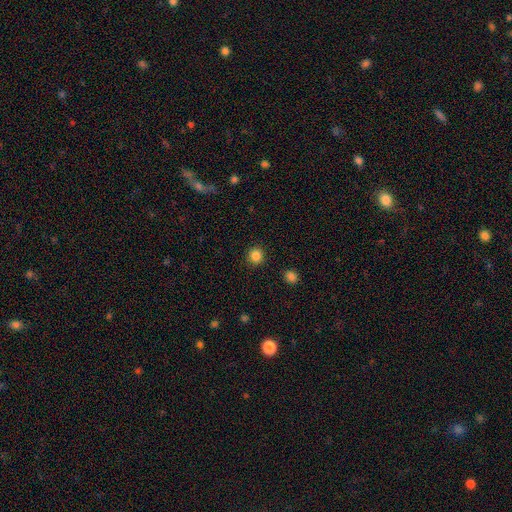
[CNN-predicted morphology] smooth-or-featured: smooth: 85% | star or artifact: 11% | featured or disk: 4%
  how-rounded: round: 91% | in between: 9% | cigar-shaped: 1%
  merging: none: 91% | minor disturbance: 5% | major disturbance: 2% | merger: 1%